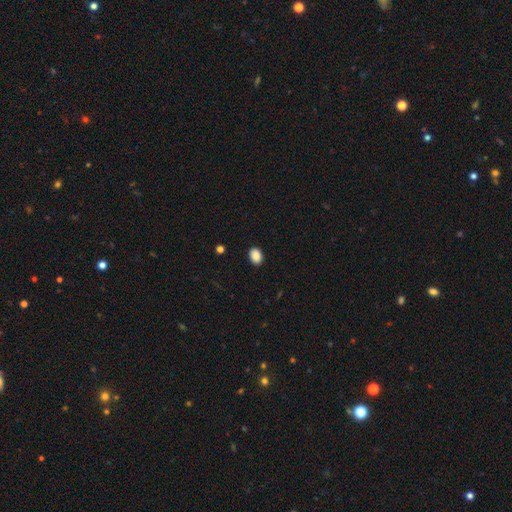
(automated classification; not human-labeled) This is clearly a smooth galaxy (89%). How rounded: likely in between (78%). Merging: clearly none (89%).